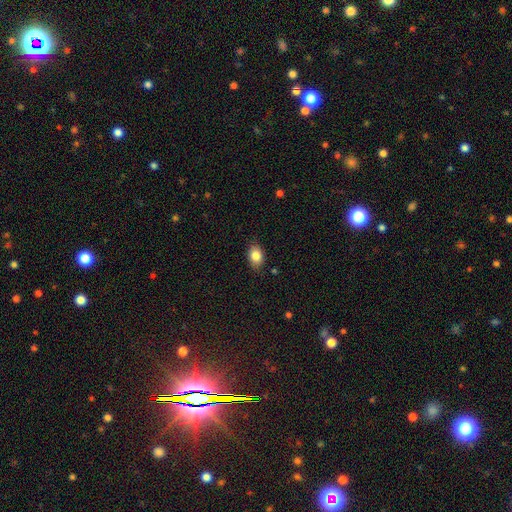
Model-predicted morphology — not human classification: Smooth or featured?
  - smooth: 84% *
  - star or artifact: 9%
  - featured or disk: 7%
How rounded?
  - in between: 77% *
  - round: 22%
  - cigar-shaped: 1%
Merging?
  - none: 83% *
  - minor disturbance: 13%
  - major disturbance: 3%
  - merger: 1%